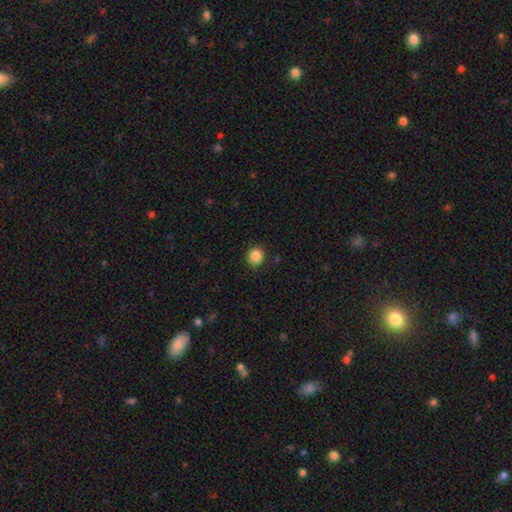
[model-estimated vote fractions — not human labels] A smooth galaxy with no disk features (87%) that is round (82%). Merging: none (88%).